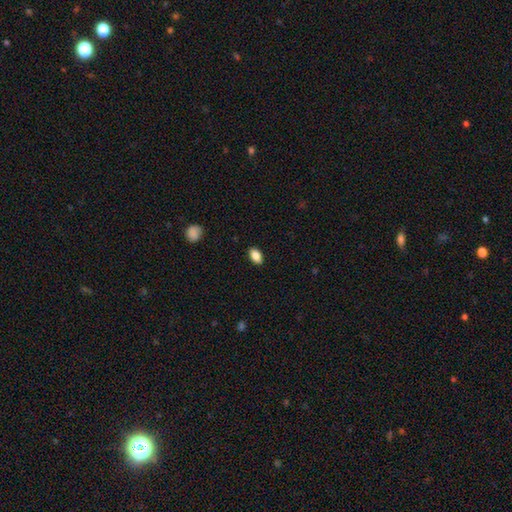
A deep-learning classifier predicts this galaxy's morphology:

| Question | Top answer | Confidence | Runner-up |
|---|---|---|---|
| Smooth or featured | smooth | 87% | star or artifact (8%) |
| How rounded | in between | 89% | round (8%) |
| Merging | none | 89% | minor disturbance (8%) |